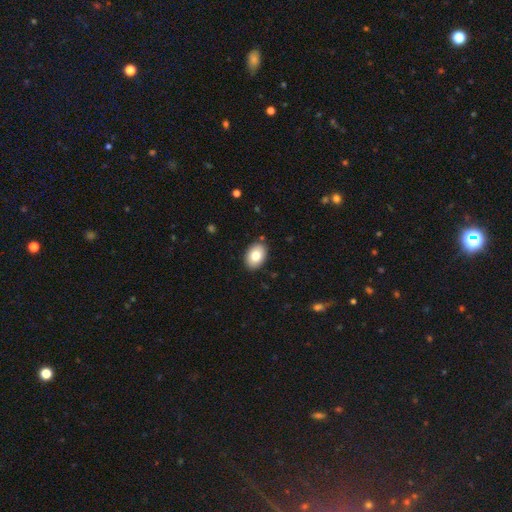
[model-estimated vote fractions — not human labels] The model was most divided on "smooth or featured": smooth: 80%, featured or disk: 13%, star or artifact: 7%. More confident: merging — none (89%); how rounded — in between (83%).